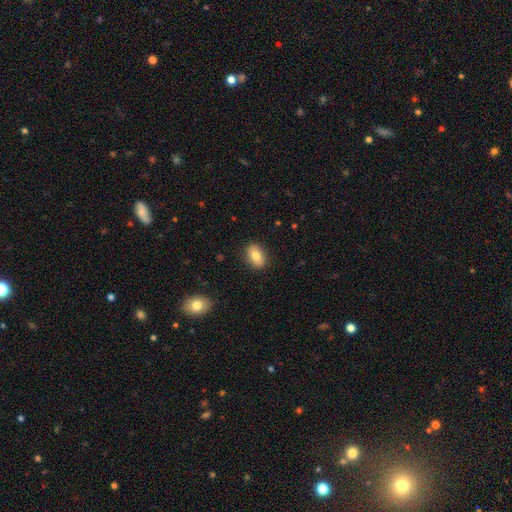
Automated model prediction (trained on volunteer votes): Smooth or featured?
  - smooth: 75% *
  - featured or disk: 17%
  - star or artifact: 8%
How rounded?
  - in between: 75% *
  - round: 23%
  - cigar-shaped: 2%
Merging?
  - none: 88% *
  - minor disturbance: 9%
  - major disturbance: 2%
  - merger: 1%